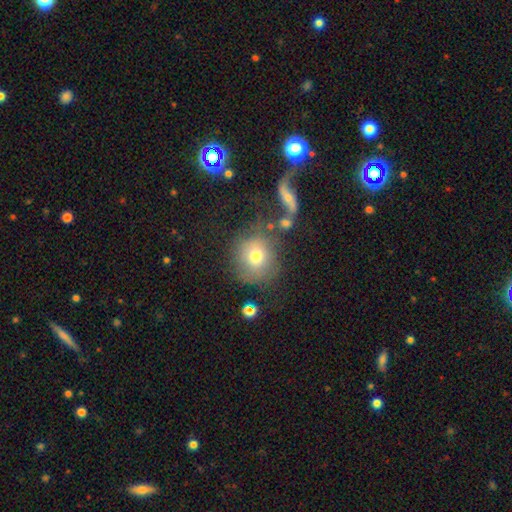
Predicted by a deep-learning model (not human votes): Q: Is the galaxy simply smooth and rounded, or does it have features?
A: smooth — 70%.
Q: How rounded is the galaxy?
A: round — 86%.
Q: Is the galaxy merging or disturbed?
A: none — 60%.